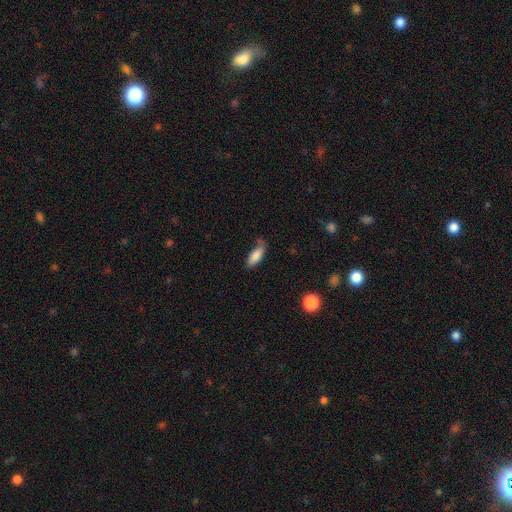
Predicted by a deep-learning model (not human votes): This is clearly a smooth galaxy (84%). How rounded: likely in between (77%). Merging: possibly none (57%).